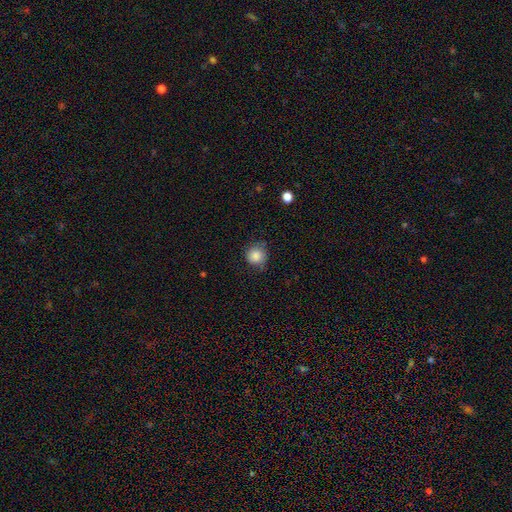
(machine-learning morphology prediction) Smooth or featured? Predicted: smooth (p=0.85). How rounded? Predicted: round (p=0.91). Merging? Predicted: none (p=0.71).